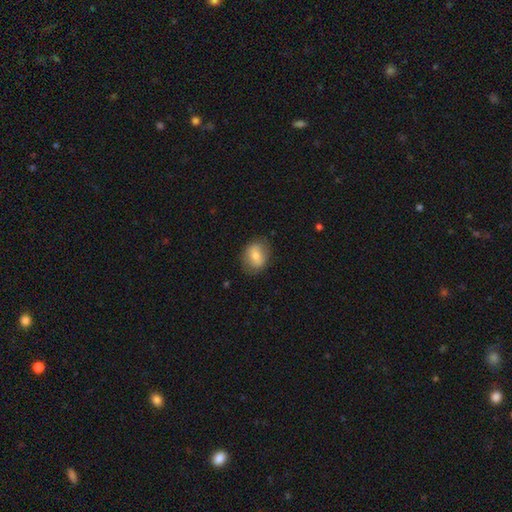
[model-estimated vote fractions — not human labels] Morphology: type=smooth (69%); roundness=in between (54%); merging=none (79%).